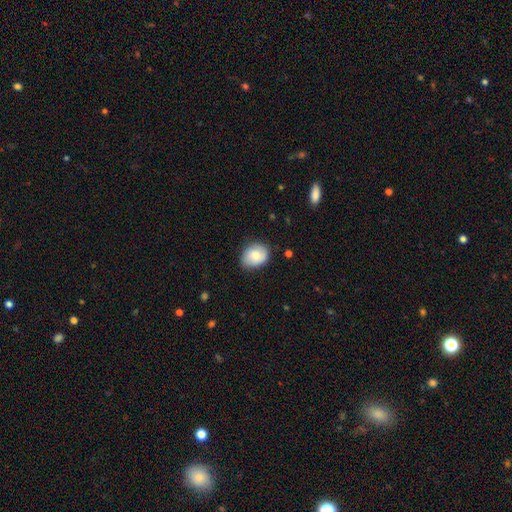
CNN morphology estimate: Smooth or featured: smooth — 72% (featured or disk — 21%)
How rounded: in between — 50% (round — 49%)
Merging: none — 77% (minor disturbance — 18%)